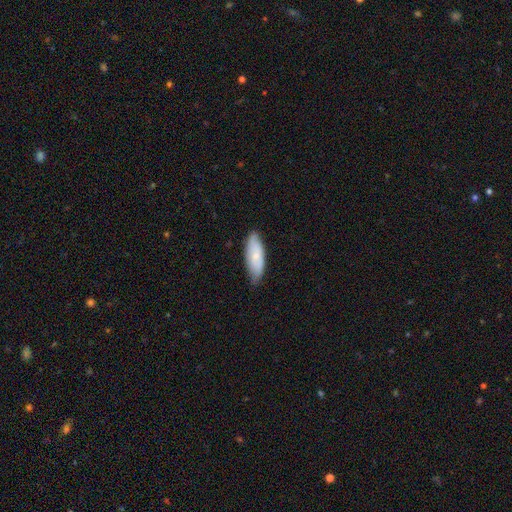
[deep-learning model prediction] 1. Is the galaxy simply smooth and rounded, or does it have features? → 67% smooth, 27% featured or disk, 6% star or artifact.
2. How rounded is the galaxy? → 69% in between, 29% cigar-shaped, 2% round.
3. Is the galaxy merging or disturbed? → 77% none, 20% minor disturbance, 3% major disturbance, 1% merger.